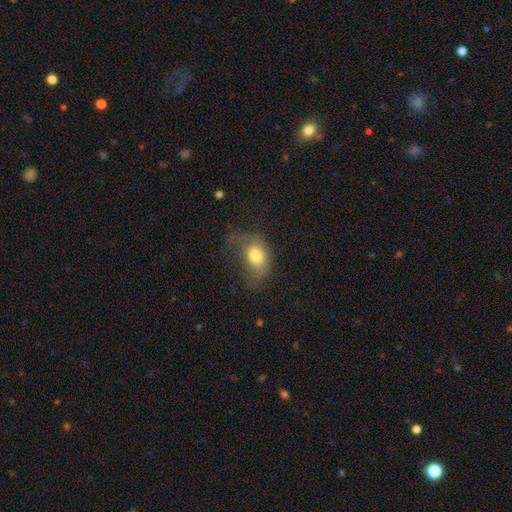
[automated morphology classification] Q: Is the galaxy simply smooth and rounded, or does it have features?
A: smooth — 72%.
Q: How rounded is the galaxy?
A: in between — 79%.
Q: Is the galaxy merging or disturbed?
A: major disturbance — 38%.